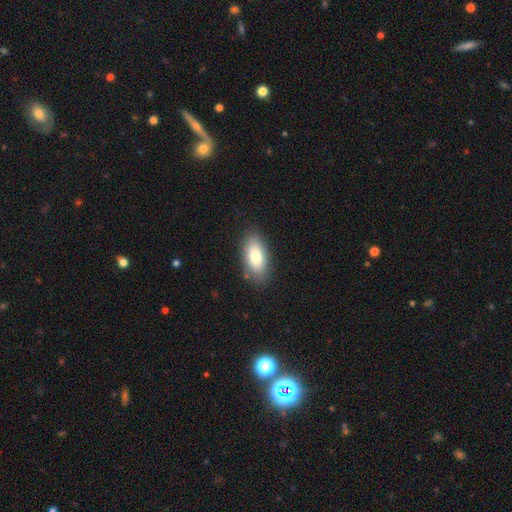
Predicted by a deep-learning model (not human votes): Smooth or featured?
  - smooth: 80% *
  - featured or disk: 13%
  - star or artifact: 7%
How rounded?
  - in between: 87% *
  - cigar-shaped: 10%
  - round: 3%
Merging?
  - none: 84% *
  - minor disturbance: 11%
  - major disturbance: 3%
  - merger: 1%